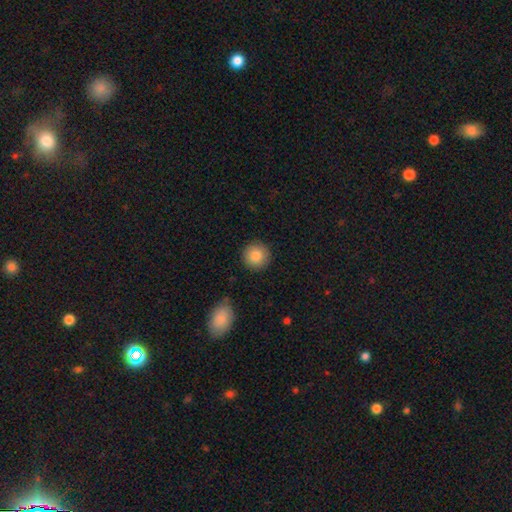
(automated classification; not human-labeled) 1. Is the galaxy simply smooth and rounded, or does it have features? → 84% smooth, 8% star or artifact, 7% featured or disk.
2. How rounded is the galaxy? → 94% round, 5% in between, 1% cigar-shaped.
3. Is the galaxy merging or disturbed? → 90% none, 7% minor disturbance, 2% major disturbance, 1% merger.